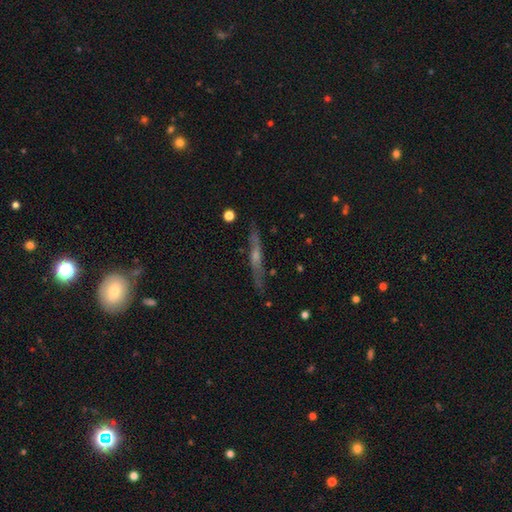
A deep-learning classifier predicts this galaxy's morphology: The model was most divided on "edge-on bulge": rounded: 63%, none: 29%, boxy: 9%. More confident: edge-on disk — yes (91%); merging — none (82%); smooth or featured — featured or disk (67%).